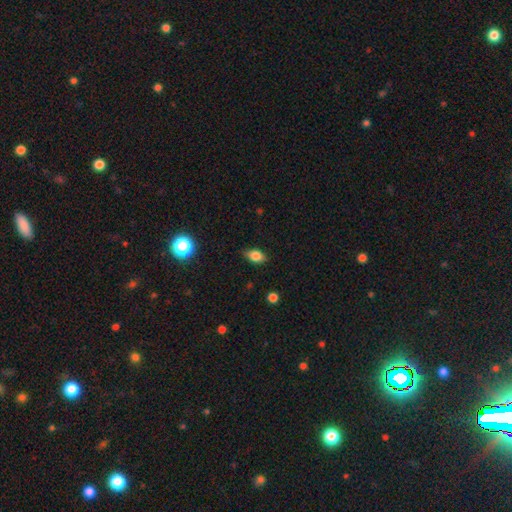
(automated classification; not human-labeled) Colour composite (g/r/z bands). It shows a smooth galaxy with no disk features (79%) that is in between round and cigar-shaped (83%). Merging: none (81%).